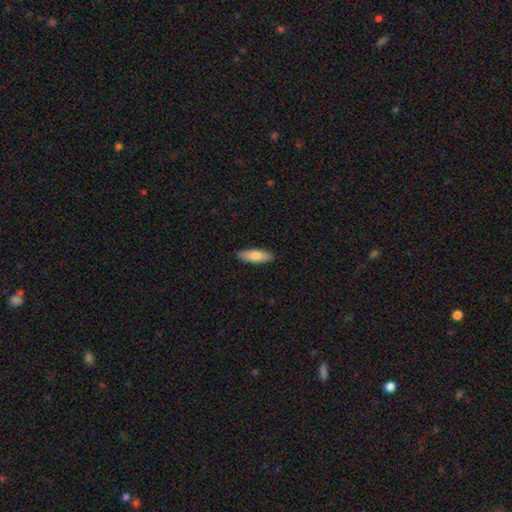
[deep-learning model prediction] Q: Smooth or featured?
A: smooth (80%); runner-up: featured or disk (14%)
Q: How rounded?
A: in between (59%); runner-up: cigar-shaped (39%)
Q: Merging?
A: none (90%); runner-up: minor disturbance (8%)